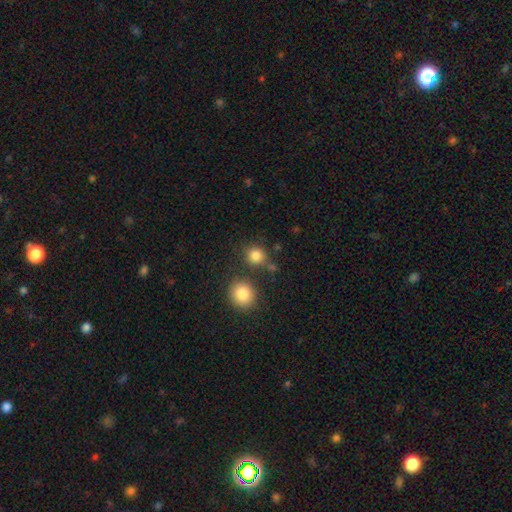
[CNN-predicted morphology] A smooth galaxy with no disk features (83%) that is round (86%).

Vote fractions:
- Smooth or featured? smooth: 83% / star or artifact: 11% / featured or disk: 5%
- How rounded? round: 86% / in between: 12% / cigar-shaped: 1%
- Merging? none: 75% / merger: 12% / minor disturbance: 9% / major disturbance: 4%